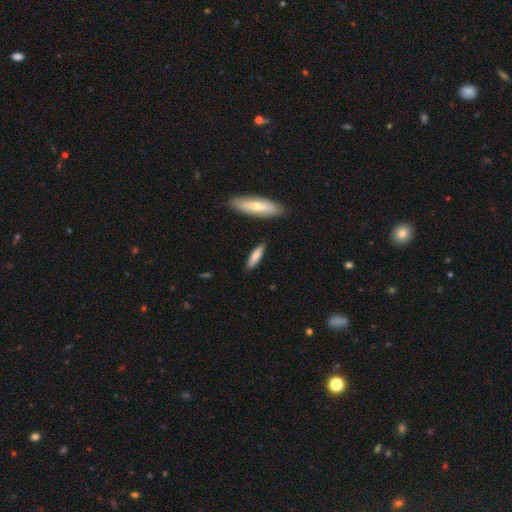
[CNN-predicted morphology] A smooth galaxy with no disk features (75%) that is cigar-shaped (72%). Merging: none (85%).